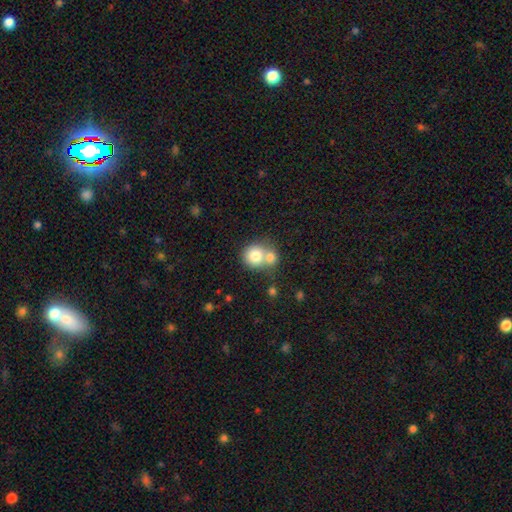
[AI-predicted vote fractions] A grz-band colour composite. It shows a smooth galaxy with no disk features (78%) that is round (83%). Merging: merger (53%).